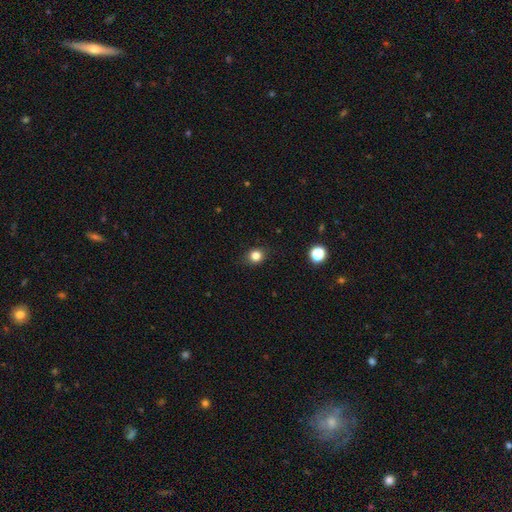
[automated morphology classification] Smooth or featured? Predicted: smooth (p=0.82). How rounded? Predicted: round (p=0.78). Merging? Predicted: none (p=0.88).